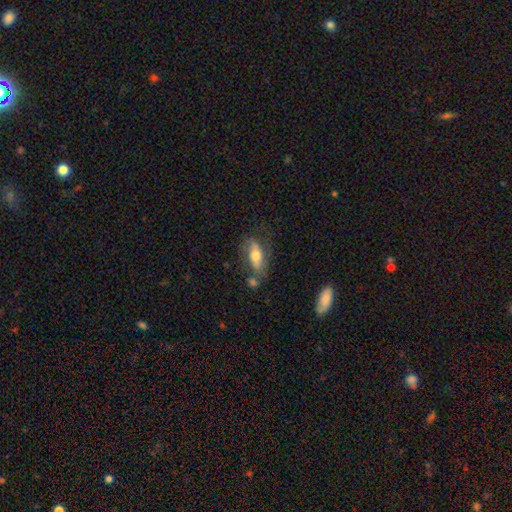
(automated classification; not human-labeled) smooth 57%, featured or disk 36%, star or artifact 7%. Down the decision tree: how rounded — in between (72%); merging — none (56%).